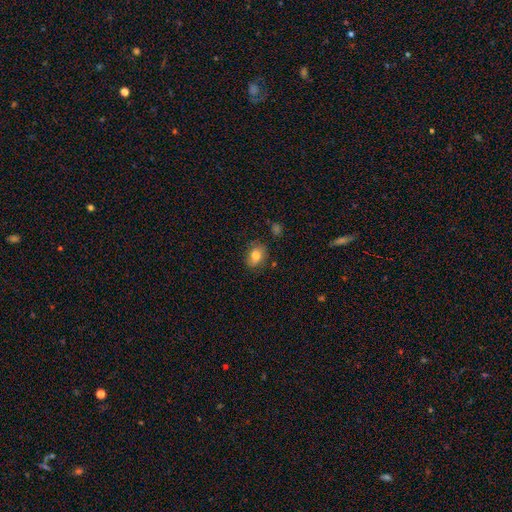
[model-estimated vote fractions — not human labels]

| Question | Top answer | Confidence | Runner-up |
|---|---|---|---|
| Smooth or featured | smooth | 79% | featured or disk (12%) |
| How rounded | in between | 57% | round (41%) |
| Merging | none | 77% | minor disturbance (17%) |